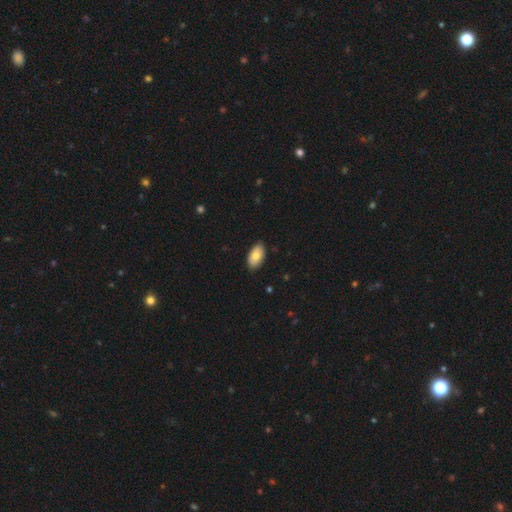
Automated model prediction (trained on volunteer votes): A smooth galaxy with no disk features (80%) that is in between round and cigar-shaped (95%).

Vote fractions:
- Smooth or featured? smooth: 80% / featured or disk: 14% / star or artifact: 6%
- How rounded? in between: 95% / round: 4% / cigar-shaped: 2%
- Merging? none: 86% / minor disturbance: 11% / major disturbance: 2% / merger: 1%